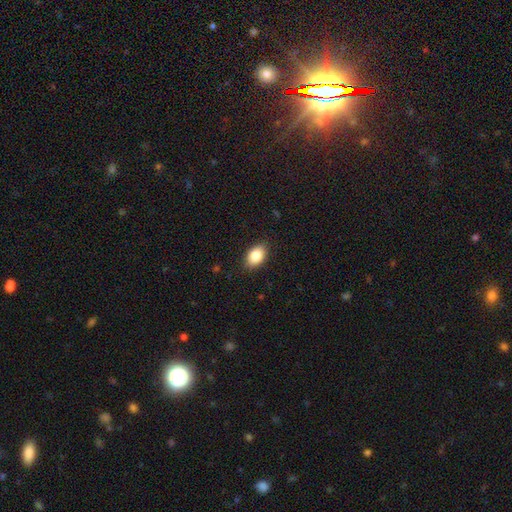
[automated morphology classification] This is clearly a smooth galaxy (85%). How rounded: clearly in between (87%). Merging: clearly none (87%).